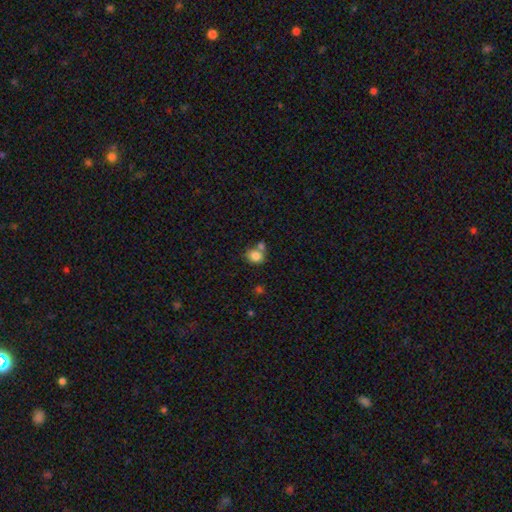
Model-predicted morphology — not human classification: Smooth or featured?
  - smooth: 83% *
  - star or artifact: 10%
  - featured or disk: 7%
How rounded?
  - round: 56% *
  - in between: 43%
  - cigar-shaped: 1%
Merging?
  - none: 49% *
  - merger: 33%
  - minor disturbance: 13%
  - major disturbance: 5%